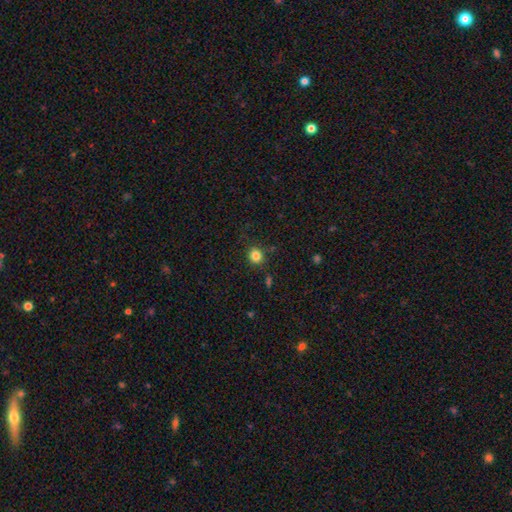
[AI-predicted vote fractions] Smooth or featured? Predicted: smooth (p=0.83). How rounded? Predicted: round (p=0.86). Merging? Predicted: none (p=0.85).